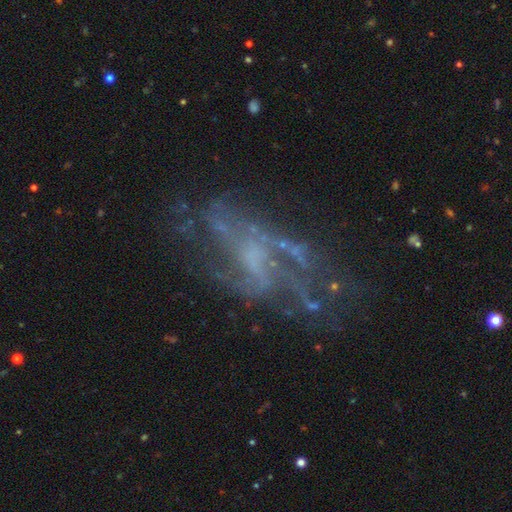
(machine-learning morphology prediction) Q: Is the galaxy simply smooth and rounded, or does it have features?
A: featured or disk — 78%.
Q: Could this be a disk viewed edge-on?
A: no — 95%.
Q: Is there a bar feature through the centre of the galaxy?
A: no — 54%.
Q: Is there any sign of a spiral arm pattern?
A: yes — 79%.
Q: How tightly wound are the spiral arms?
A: loose — 46%.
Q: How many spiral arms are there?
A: can't tell — 38%.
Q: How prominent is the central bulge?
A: small — 40%.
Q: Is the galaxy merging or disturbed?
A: none — 54%.